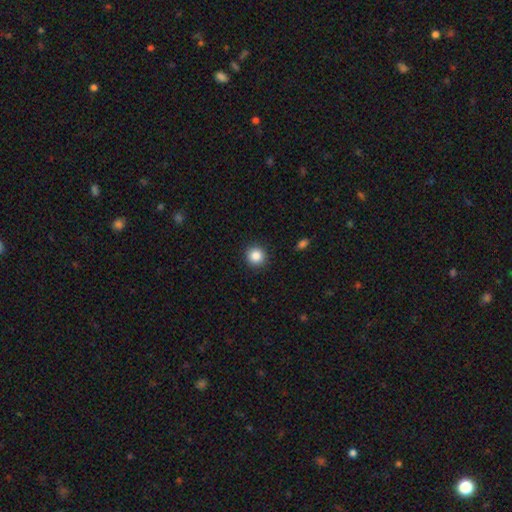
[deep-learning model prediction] A smooth galaxy with no disk features (86%) that is round (93%).

Vote fractions:
- Smooth or featured? smooth: 86% / star or artifact: 10% / featured or disk: 4%
- How rounded? round: 93% / in between: 6% / cigar-shaped: 1%
- Merging? none: 92% / minor disturbance: 6% / major disturbance: 2% / merger: 1%